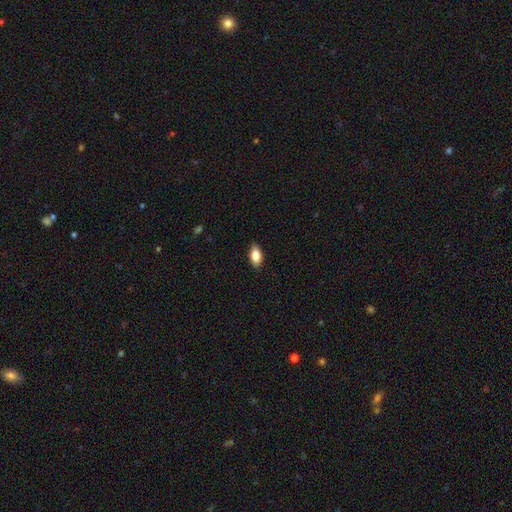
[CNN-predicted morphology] Smooth or featured?
  - smooth: 84% *
  - featured or disk: 9%
  - star or artifact: 7%
How rounded?
  - in between: 90% *
  - cigar-shaped: 6%
  - round: 4%
Merging?
  - none: 87% *
  - minor disturbance: 10%
  - major disturbance: 2%
  - merger: 1%